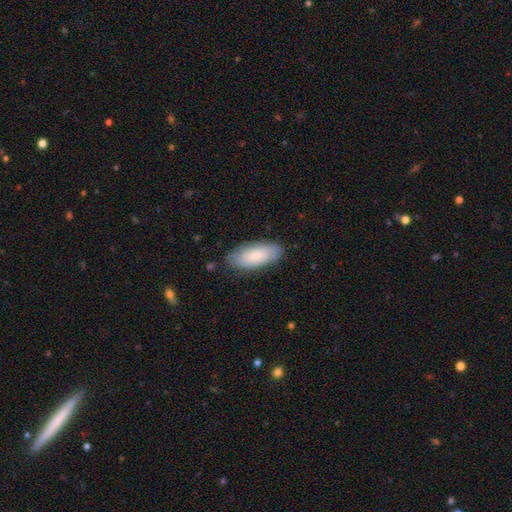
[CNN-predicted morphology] type=smooth (66%); roundness=in between (85%); merging=none (80%).